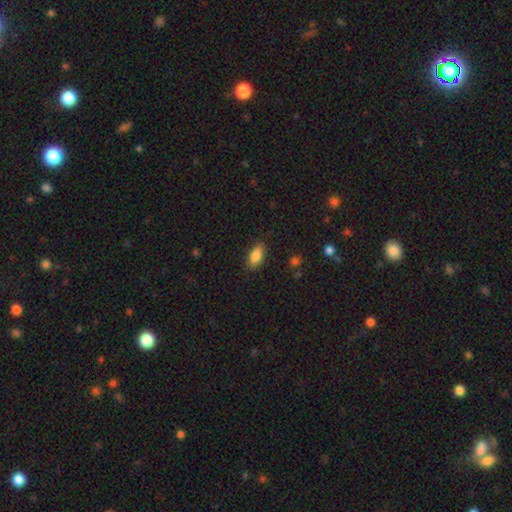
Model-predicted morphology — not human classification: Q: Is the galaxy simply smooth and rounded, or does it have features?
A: smooth — 86%.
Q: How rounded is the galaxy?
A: in between — 89%.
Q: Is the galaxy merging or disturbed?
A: none — 87%.